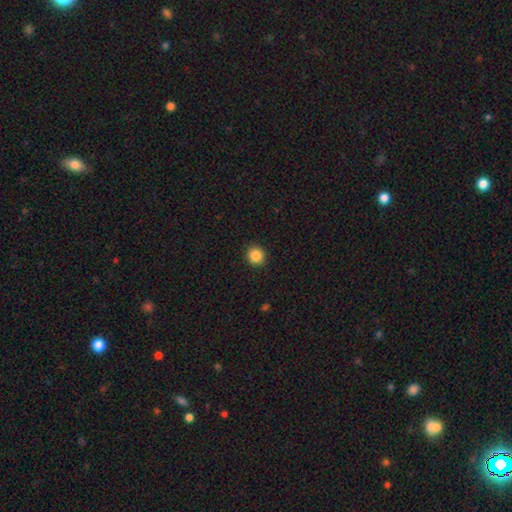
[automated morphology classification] Smooth or featured: smooth — 86% (star or artifact — 10%)
How rounded: round — 88% (in between — 11%)
Merging: none — 92% (minor disturbance — 5%)